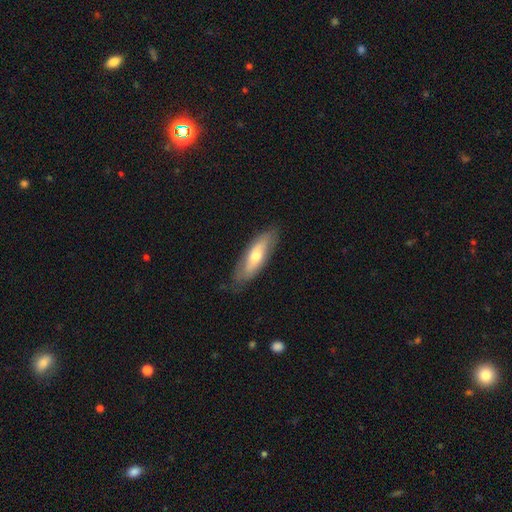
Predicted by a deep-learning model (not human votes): This appears to be a smooth galaxy with no disk features (54%) that is in between round and cigar-shaped (59%). Merging: none (77%).